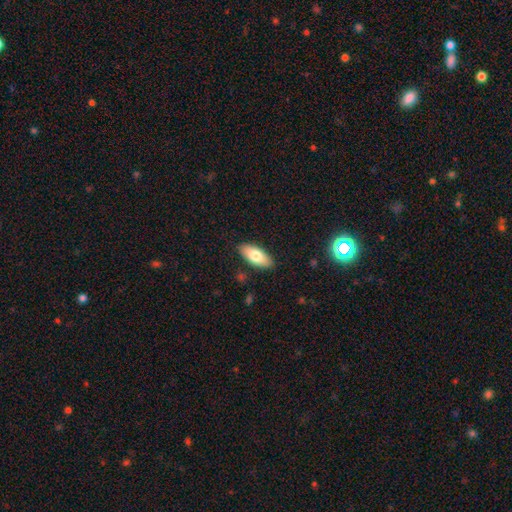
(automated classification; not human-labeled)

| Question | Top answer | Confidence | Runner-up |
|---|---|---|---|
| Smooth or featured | smooth | 76% | featured or disk (18%) |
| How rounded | in between | 86% | cigar-shaped (12%) |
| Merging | none | 87% | minor disturbance (9%) |